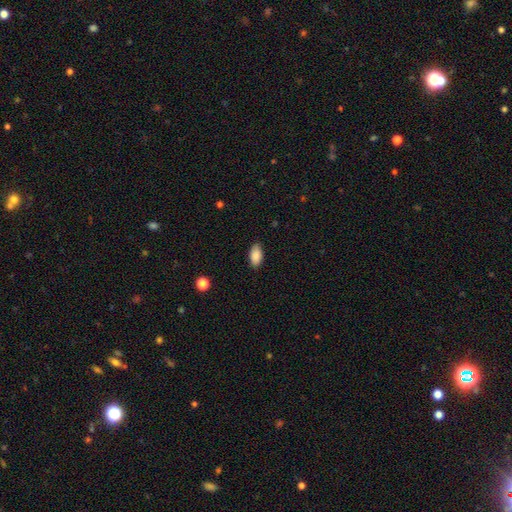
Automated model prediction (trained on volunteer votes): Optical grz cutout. It shows a smooth galaxy with no disk features (89%) that is in between round and cigar-shaped (94%). Merging: none (86%).